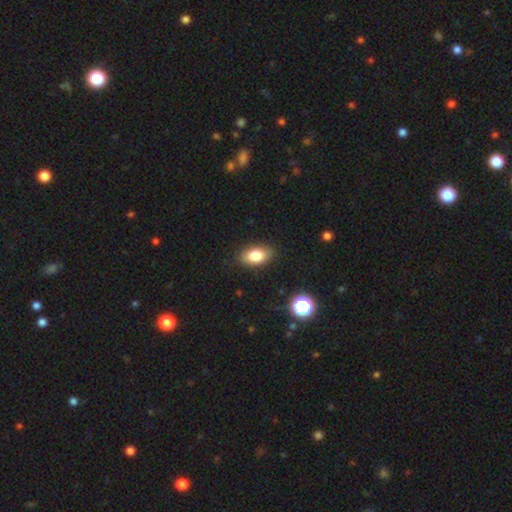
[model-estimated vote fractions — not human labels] smooth-or-featured: smooth: 82% | featured or disk: 10% | star or artifact: 9%
  how-rounded: in between: 90% | round: 7% | cigar-shaped: 3%
  merging: none: 86% | minor disturbance: 10% | major disturbance: 2% | merger: 1%